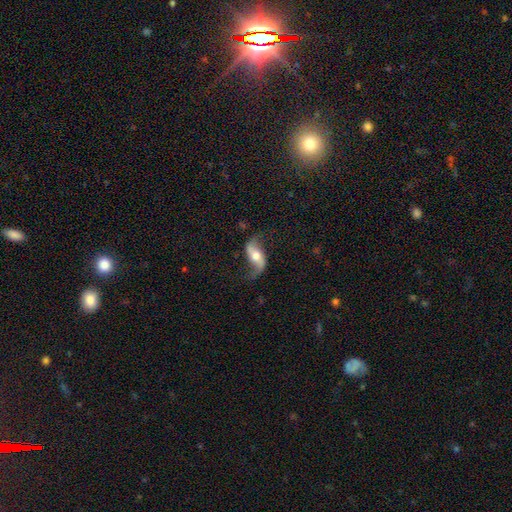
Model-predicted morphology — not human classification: This is clearly a featured or disk galaxy (81%). It is clearly not viewed edge-on (93%). Bar: marginally no (38%). Spiral arm pattern: clearly yes (94%). Spiral arm count: clearly 2 (93%). Spiral winding: clearly loose (86%). Central bulge: likely moderate (61%). Merging: likely none (73%).